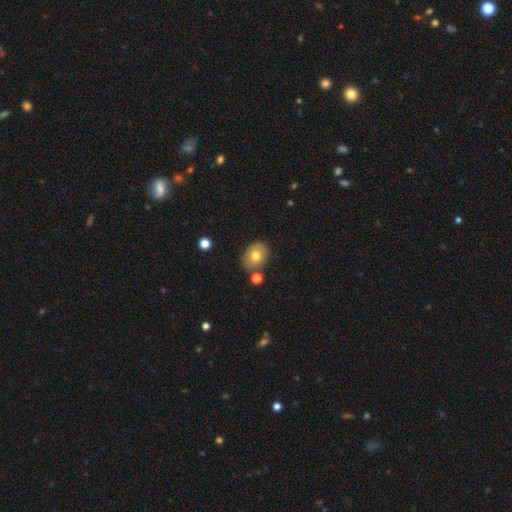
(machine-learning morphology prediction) Smooth or featured: smooth — 75% (featured or disk — 16%)
How rounded: in between — 50% (round — 49%)
Merging: none — 73% (minor disturbance — 15%)